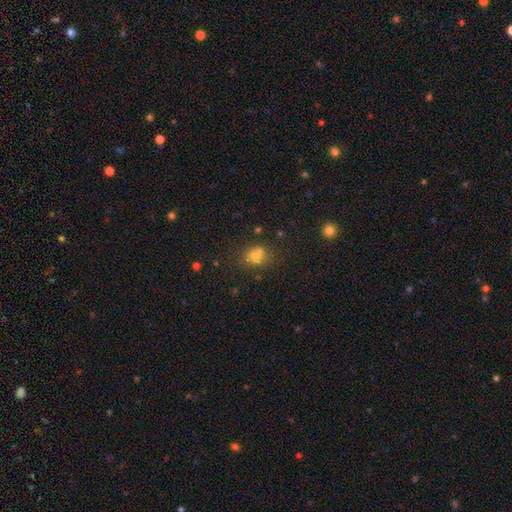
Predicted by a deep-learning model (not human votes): Q: Smooth or featured?
A: smooth (73%); runner-up: star or artifact (16%)
Q: How rounded?
A: round (71%); runner-up: in between (28%)
Q: Merging?
A: none (59%); runner-up: merger (20%)